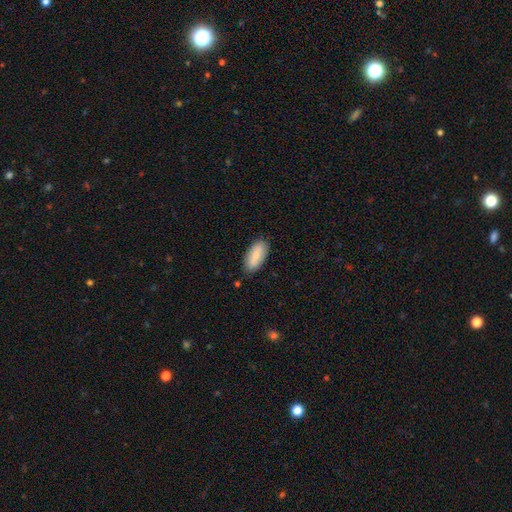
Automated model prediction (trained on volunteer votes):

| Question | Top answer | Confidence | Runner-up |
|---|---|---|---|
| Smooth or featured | smooth | 82% | featured or disk (12%) |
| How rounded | in between | 88% | cigar-shaped (10%) |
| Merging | none | 83% | minor disturbance (13%) |